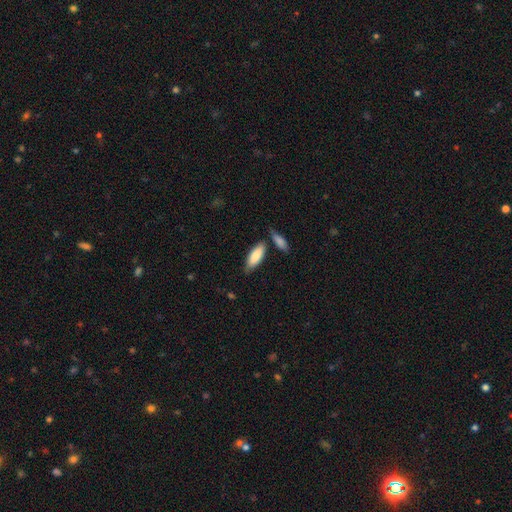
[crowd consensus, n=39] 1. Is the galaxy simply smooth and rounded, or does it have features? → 82% smooth, 13% featured or disk, 5% star or artifact.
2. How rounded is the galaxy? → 72% in between, 28% cigar-shaped, 0% round.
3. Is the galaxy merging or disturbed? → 59% none, 27% minor disturbance, 14% merger, 0% major disturbance.